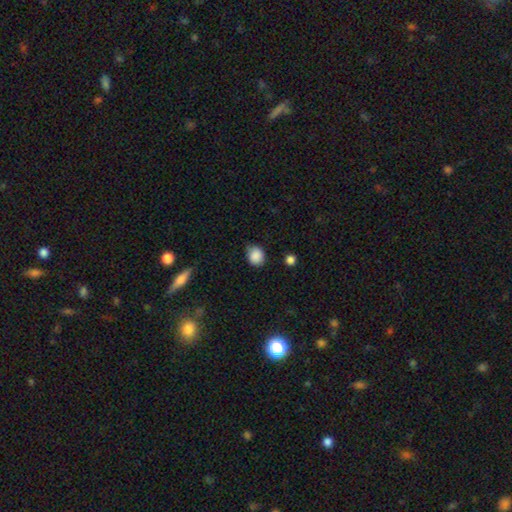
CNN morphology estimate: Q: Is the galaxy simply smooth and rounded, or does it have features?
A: smooth — 88%.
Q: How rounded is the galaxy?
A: round — 64%.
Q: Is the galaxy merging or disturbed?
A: none — 72%.